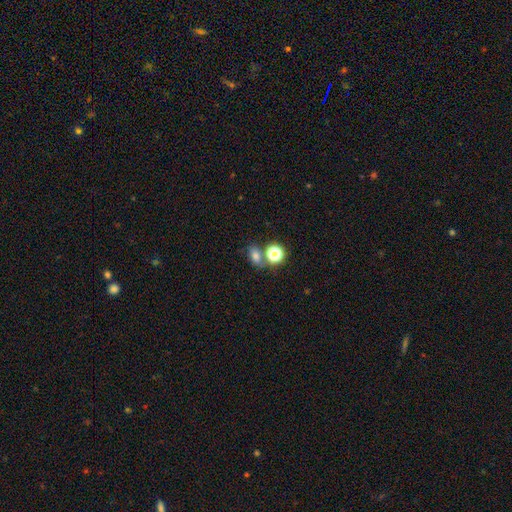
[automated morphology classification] Overall: smooth (69%). How rounded: in between (62%; round 36%). Merging: none (59%; merger 24%).